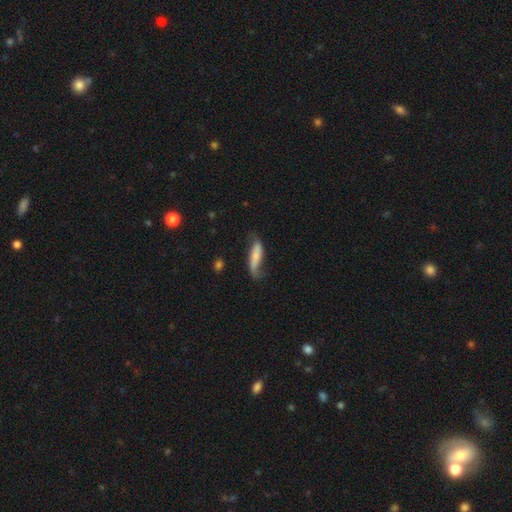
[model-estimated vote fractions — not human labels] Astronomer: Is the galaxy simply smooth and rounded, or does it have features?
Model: smooth — 61%.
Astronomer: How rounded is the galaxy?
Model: cigar-shaped — 63%.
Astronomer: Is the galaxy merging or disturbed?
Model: none — 49% (runner-up: minor disturbance, 32%).